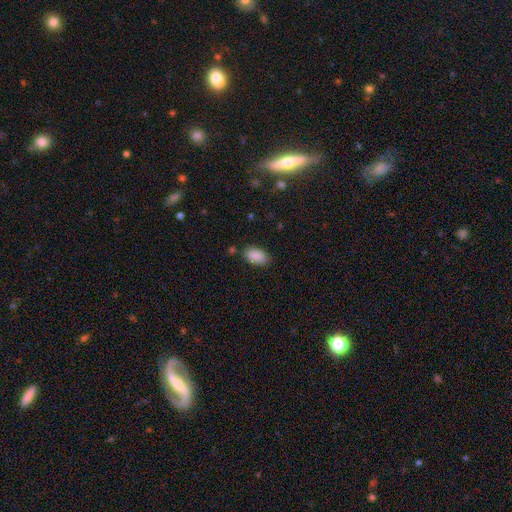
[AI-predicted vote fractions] Smooth or featured: smooth — 89% (star or artifact — 7%)
How rounded: in between — 94% (round — 4%)
Merging: none — 82% (minor disturbance — 12%)